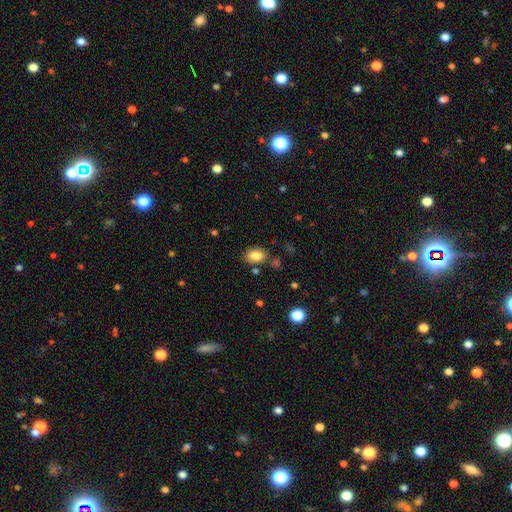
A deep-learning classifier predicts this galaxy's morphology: Smooth or featured? Predicted: smooth (p=0.84). How rounded? Predicted: in between (p=0.77). Merging? Predicted: none (p=0.79).